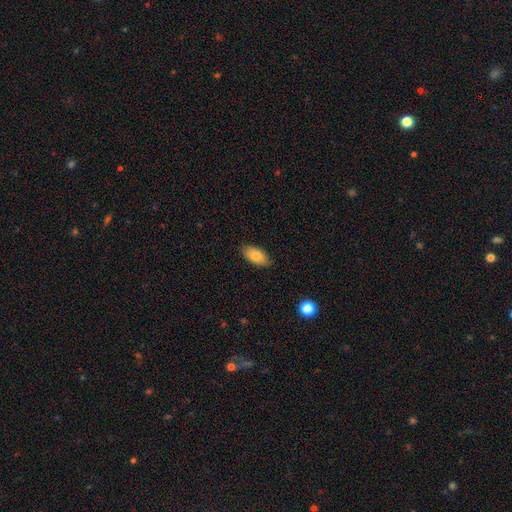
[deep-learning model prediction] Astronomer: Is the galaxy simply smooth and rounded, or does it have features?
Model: smooth — 84%.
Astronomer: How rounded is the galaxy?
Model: in between — 94%.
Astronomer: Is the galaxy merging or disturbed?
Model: none — 85%.